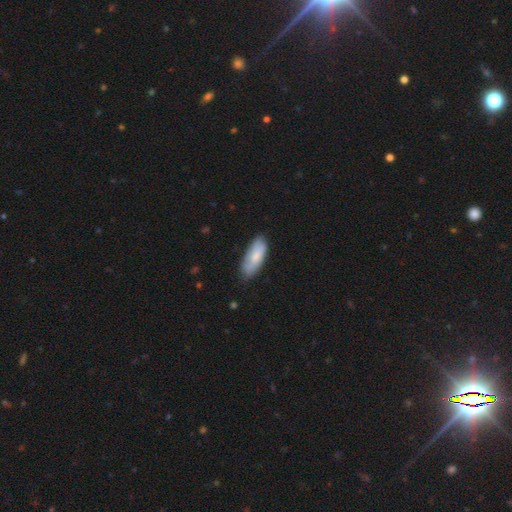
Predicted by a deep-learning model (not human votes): A smooth galaxy with no disk features (77%) that is in between round and cigar-shaped (79%).

Vote fractions:
- Smooth or featured? smooth: 77% / featured or disk: 17% / star or artifact: 6%
- How rounded? in between: 79% / cigar-shaped: 19% / round: 2%
- Merging? none: 72% / minor disturbance: 23% / major disturbance: 4% / merger: 2%